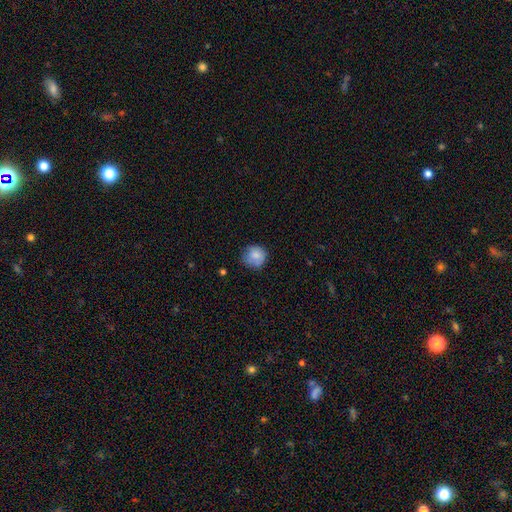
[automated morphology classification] smooth-or-featured: smooth: 82% | featured or disk: 10% | star or artifact: 8%
  how-rounded: round: 87% | in between: 12% | cigar-shaped: 1%
  merging: none: 68% | minor disturbance: 24% | major disturbance: 6% | merger: 2%